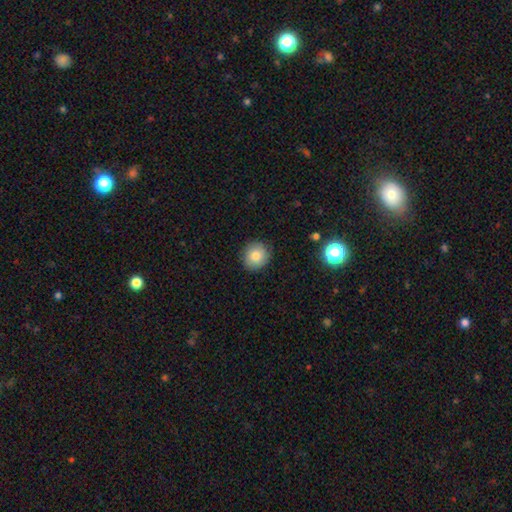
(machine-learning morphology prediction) Smooth or featured?
  - smooth: 81% *
  - star or artifact: 9%
  - featured or disk: 9%
How rounded?
  - round: 85% *
  - in between: 14%
  - cigar-shaped: 1%
Merging?
  - none: 87% *
  - minor disturbance: 10%
  - major disturbance: 2%
  - merger: 1%